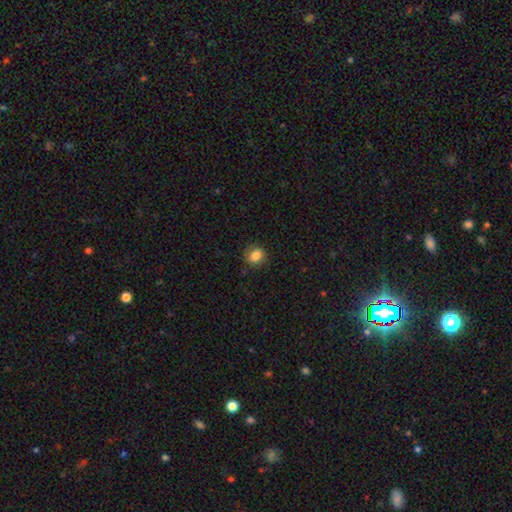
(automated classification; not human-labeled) Smooth or featured?
  - smooth: 84% *
  - star or artifact: 10%
  - featured or disk: 7%
How rounded?
  - round: 63% *
  - in between: 36%
  - cigar-shaped: 1%
Merging?
  - none: 82% *
  - minor disturbance: 14%
  - major disturbance: 4%
  - merger: 1%